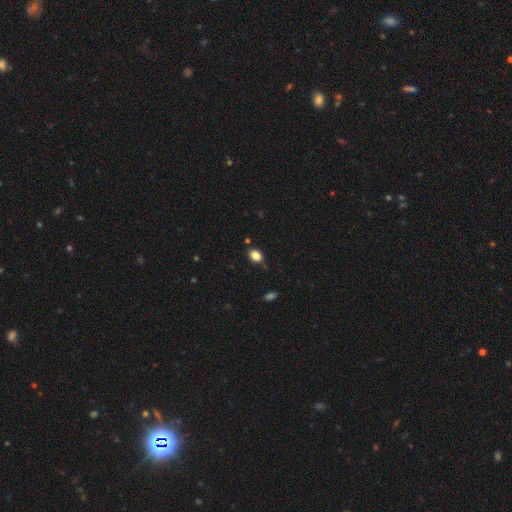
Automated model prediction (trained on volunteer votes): Smooth or featured?
  - smooth: 84% *
  - star or artifact: 11%
  - featured or disk: 5%
How rounded?
  - in between: 68% *
  - round: 31%
  - cigar-shaped: 1%
Merging?
  - none: 78% *
  - minor disturbance: 16%
  - major disturbance: 3%
  - merger: 3%